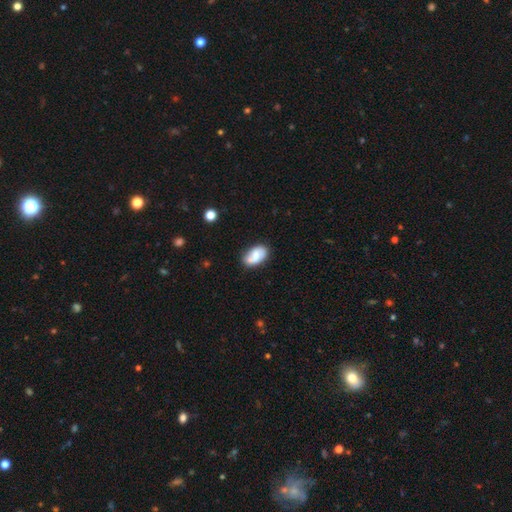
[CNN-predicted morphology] Smooth or featured: smooth — 66% (featured or disk — 26%)
How rounded: in between — 91% (round — 8%)
Merging: none — 66% (minor disturbance — 21%)